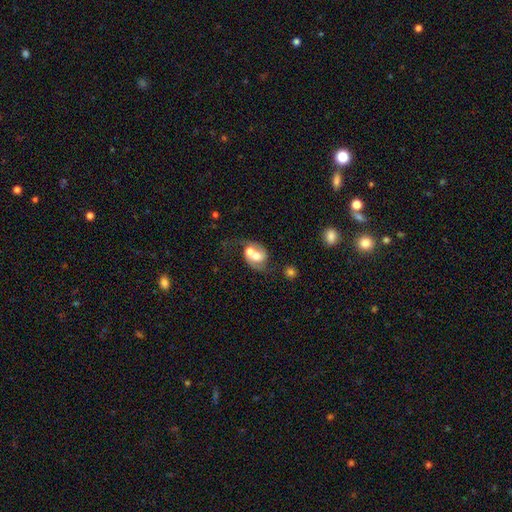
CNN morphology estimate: Smooth or featured? featured or disk (55%)
Edge-on disk? no (97%)
Bar? no (68%)
Spiral arms? yes (76%)
Bulge size? moderate (51%)
Merging? merger (62%)